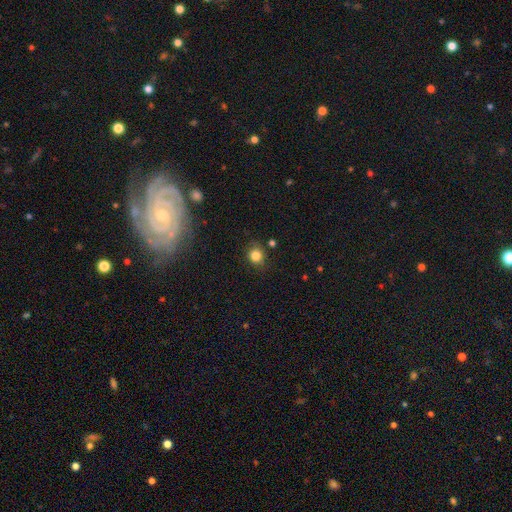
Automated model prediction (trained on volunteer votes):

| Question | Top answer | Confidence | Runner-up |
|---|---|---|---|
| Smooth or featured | smooth | 82% | star or artifact (12%) |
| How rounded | round | 76% | in between (23%) |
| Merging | none | 81% | minor disturbance (13%) |